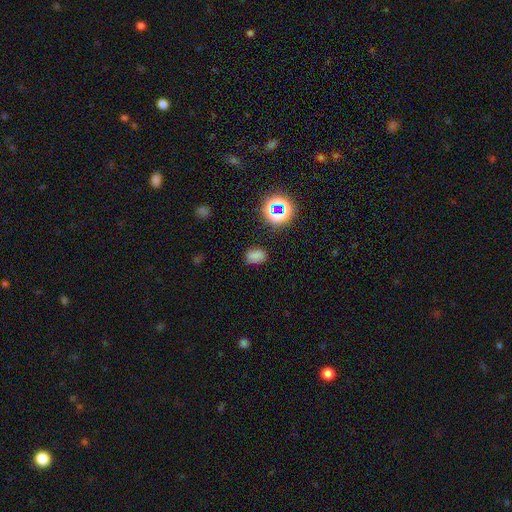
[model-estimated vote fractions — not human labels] Smooth or featured?
  - smooth: 70% *
  - star or artifact: 23%
  - featured or disk: 7%
How rounded?
  - in between: 79% *
  - round: 20%
  - cigar-shaped: 1%
Merging?
  - none: 75% *
  - minor disturbance: 17%
  - major disturbance: 5%
  - merger: 2%